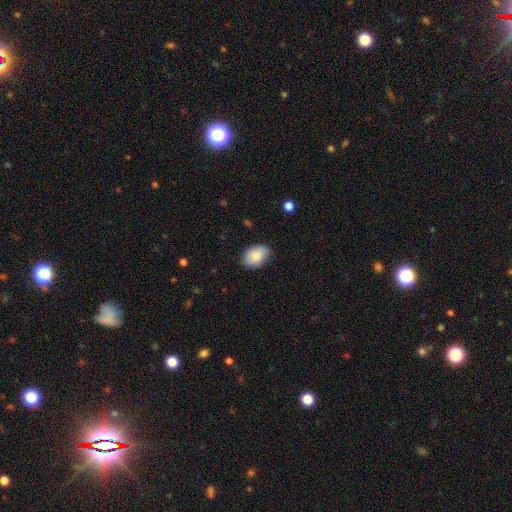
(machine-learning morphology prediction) type=smooth (86%); roundness=in between (81%); merging=none (79%).